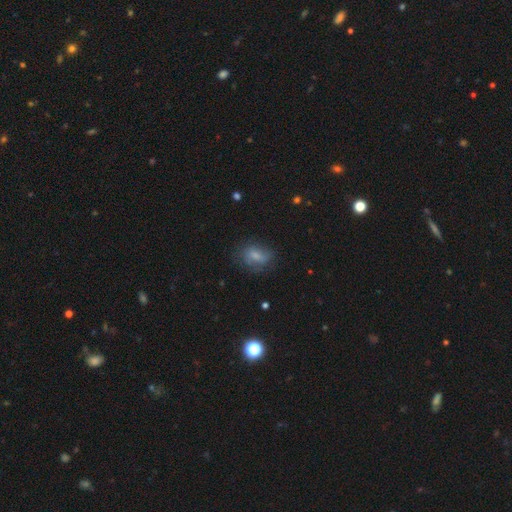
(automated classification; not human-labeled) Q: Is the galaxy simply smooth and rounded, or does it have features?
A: smooth — 65%.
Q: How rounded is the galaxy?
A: in between — 75%.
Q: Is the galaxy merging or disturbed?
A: none — 62%.